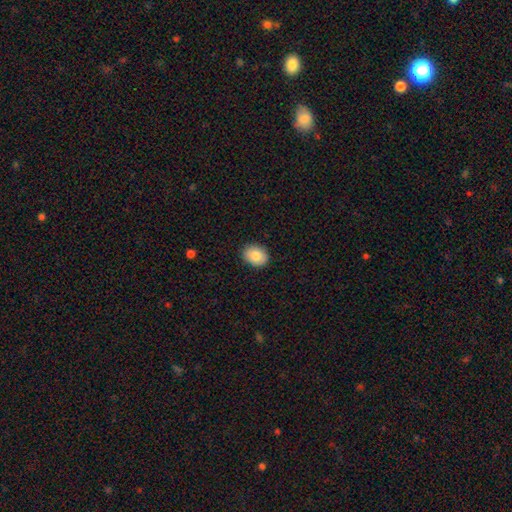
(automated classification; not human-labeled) Smooth or featured? smooth (85%)
How rounded? in between (57%)
Merging? none (88%)